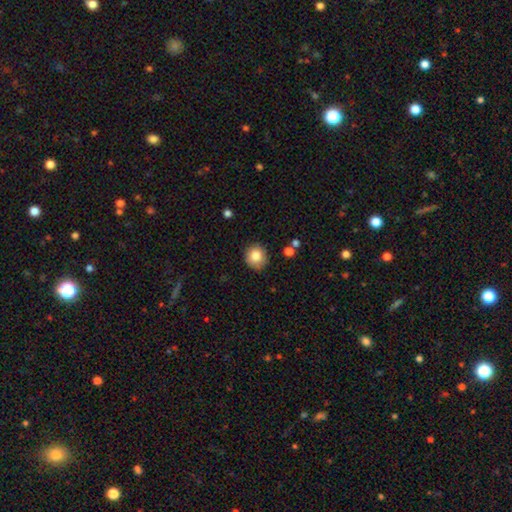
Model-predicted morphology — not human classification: This appears to be a smooth galaxy with no disk features (82%) that is round (88%). Merging: none (86%).